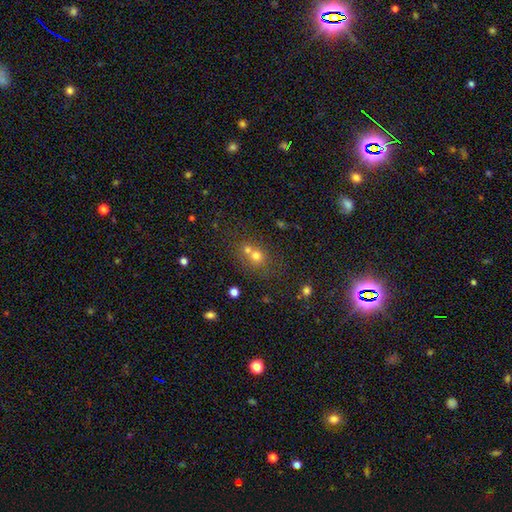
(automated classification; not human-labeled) Q: Smooth or featured?
A: smooth (68%); runner-up: star or artifact (17%)
Q: How rounded?
A: round (78%); runner-up: in between (21%)
Q: Merging?
A: merger (50%); runner-up: none (40%)